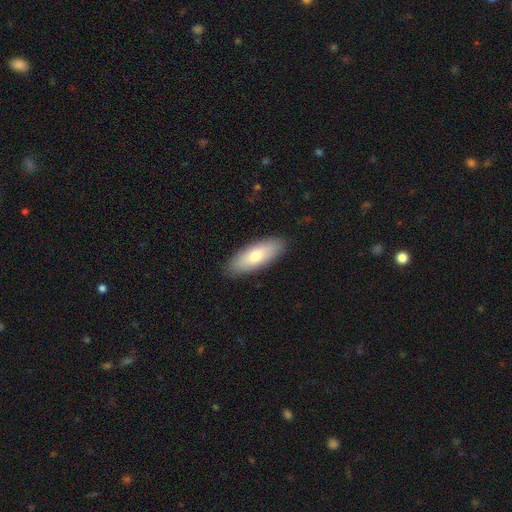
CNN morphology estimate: smooth 74%, featured or disk 20%, star or artifact 6%. Down the decision tree: how rounded — in between (71%); merging — none (89%).